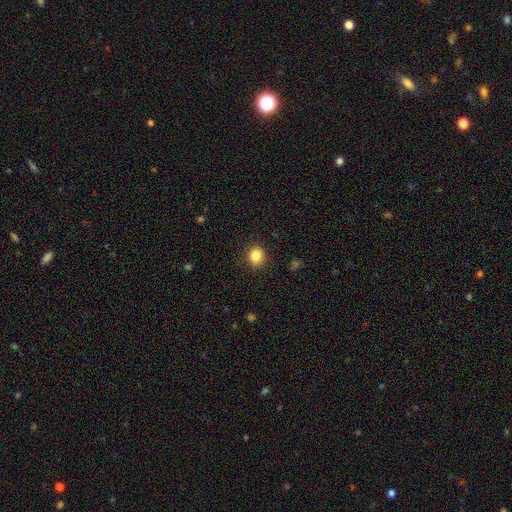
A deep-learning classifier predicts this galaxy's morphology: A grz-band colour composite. It shows a smooth galaxy with no disk features (84%) that is round (83%). Merging: none (91%).